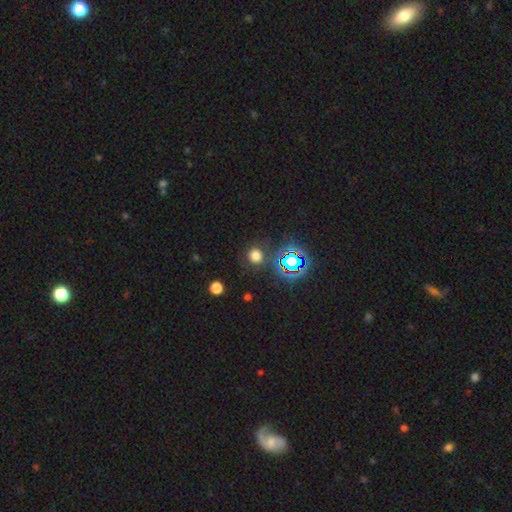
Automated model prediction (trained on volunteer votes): Q: Smooth or featured?
A: smooth (66%); runner-up: star or artifact (28%)
Q: How rounded?
A: round (89%); runner-up: in between (10%)
Q: Merging?
A: none (83%); runner-up: minor disturbance (9%)